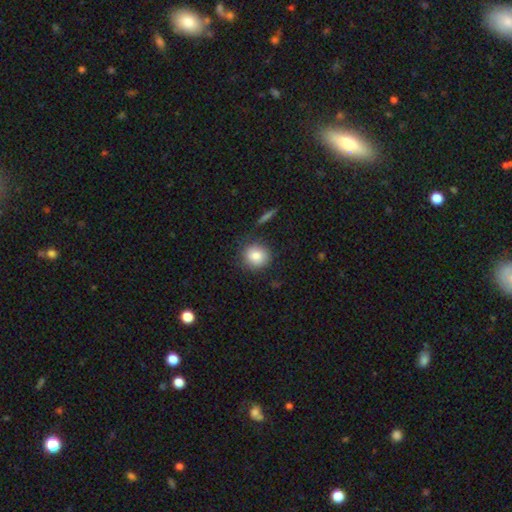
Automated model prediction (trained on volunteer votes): Smooth or featured: smooth — 84% (star or artifact — 8%)
How rounded: round — 88% (in between — 11%)
Merging: none — 81% (minor disturbance — 12%)